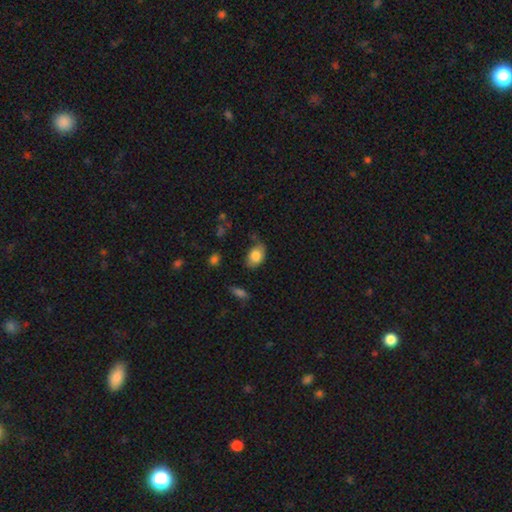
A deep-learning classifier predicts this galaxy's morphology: Smooth or featured? smooth (83%)
How rounded? in between (86%)
Merging? none (56%)